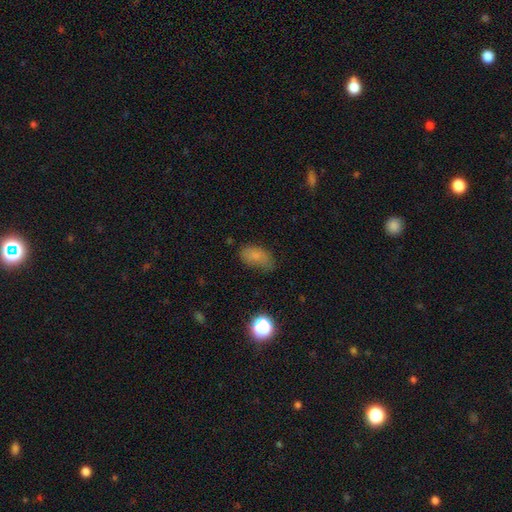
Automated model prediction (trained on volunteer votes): This is likely a smooth galaxy (78%). How rounded: clearly in between (90%). Merging: possibly none (57%).